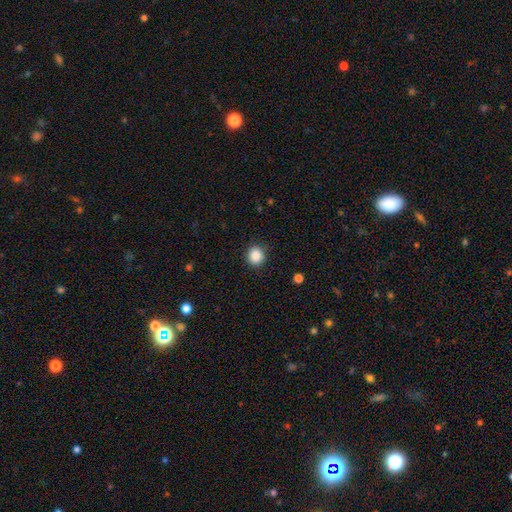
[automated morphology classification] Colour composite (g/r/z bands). It shows a smooth galaxy with no disk features (87%) that is round (86%). Merging: none (90%).